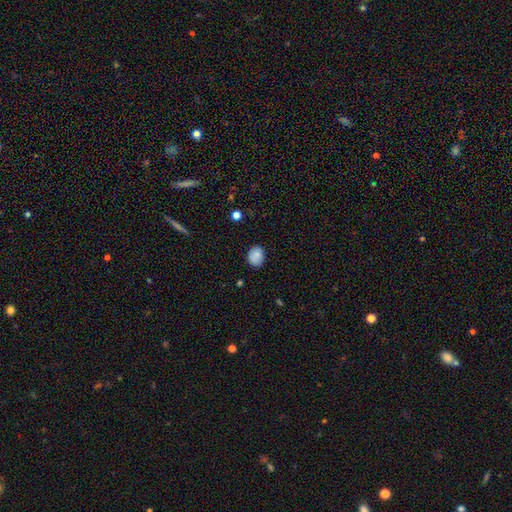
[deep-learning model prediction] Overall: smooth (82%). How rounded: in between (51%; round 48%). Merging: none (73%).